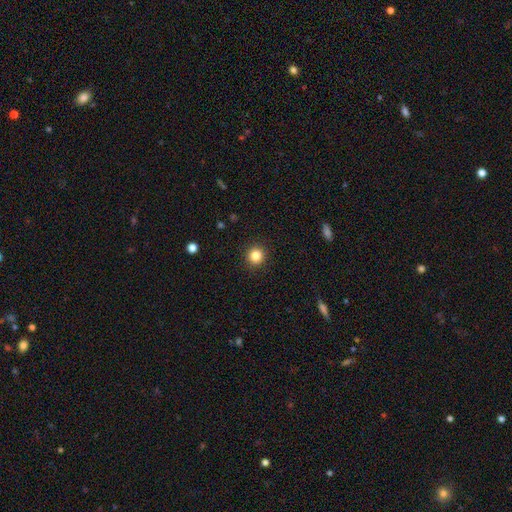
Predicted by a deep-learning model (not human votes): Smooth or featured? Predicted: smooth (p=0.84). How rounded? Predicted: round (p=0.93). Merging? Predicted: none (p=0.92).